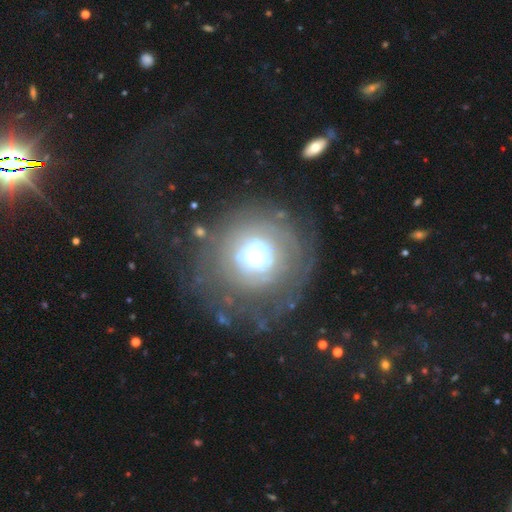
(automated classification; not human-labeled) Smooth or featured?
  - featured or disk: 61% *
  - smooth: 27%
  - star or artifact: 12%
Edge-on disk?
  - no: 95% *
  - yes: 5%
Bar?
  - no: 86% *
  - weak: 10%
  - strong: 4%
Spiral arms?
  - yes: 53% *
  - no: 47%
Bulge size?
  - large: 36% *
  - moderate: 29%
  - small: 17%
  - dominant: 15%
  - none: 2%
Merging?
  - none: 61% *
  - major disturbance: 20%
  - minor disturbance: 16%
  - merger: 3%